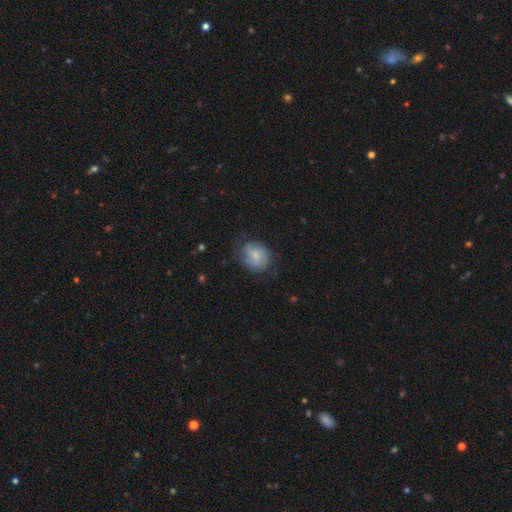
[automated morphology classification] type=smooth (54%); roundness=round (56%); merging=none (59%).